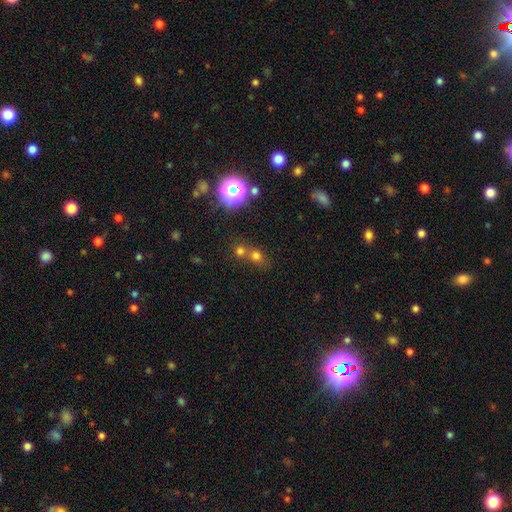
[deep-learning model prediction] Overall: smooth (65%). How rounded: round (76%). Merging: none (44%, tied with merger).